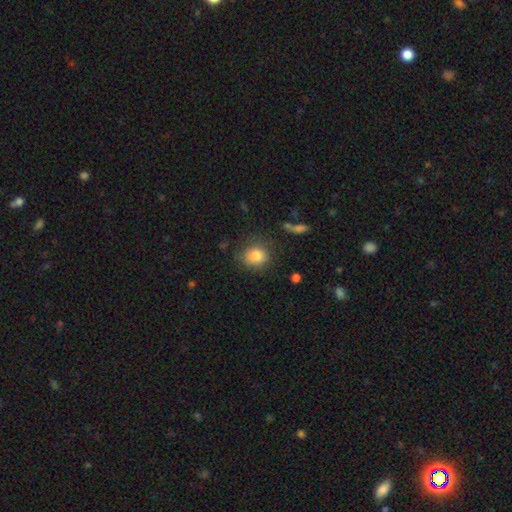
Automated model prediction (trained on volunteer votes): The model was most divided on "how rounded": round: 77%, in between: 22%, cigar-shaped: 1%. More confident: smooth or featured — smooth (85%); merging — none (77%).